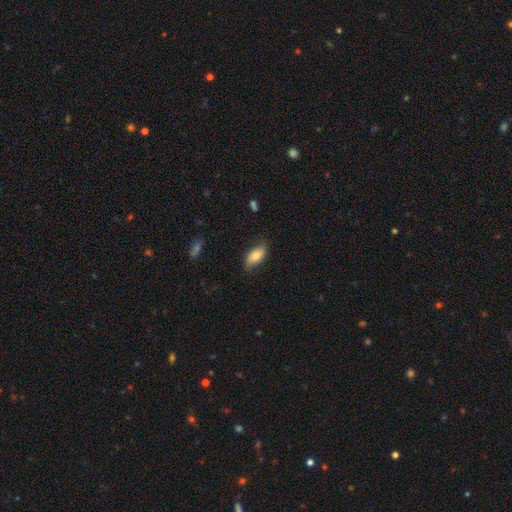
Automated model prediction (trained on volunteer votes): smooth_or_featured: smooth (p=0.76) [alt: featured or disk p=0.18]
how_rounded: in between (p=0.89) [alt: cigar-shaped p=0.08]
merging: none (p=0.74) [alt: minor disturbance p=0.20]